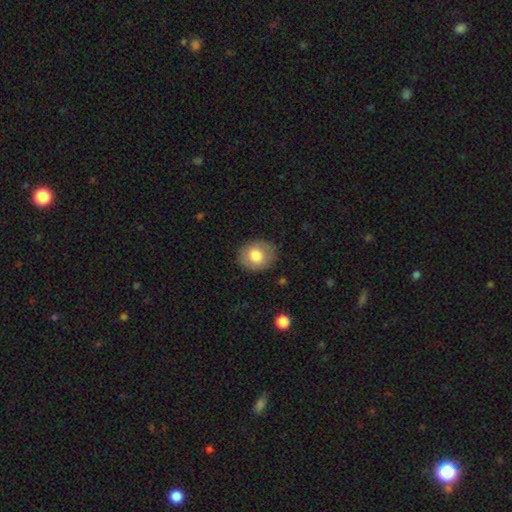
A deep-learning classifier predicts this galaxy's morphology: smooth-or-featured: smooth: 77% | featured or disk: 15% | star or artifact: 8%
  how-rounded: round: 59% | in between: 40% | cigar-shaped: 1%
  merging: none: 84% | minor disturbance: 11% | major disturbance: 3% | merger: 1%